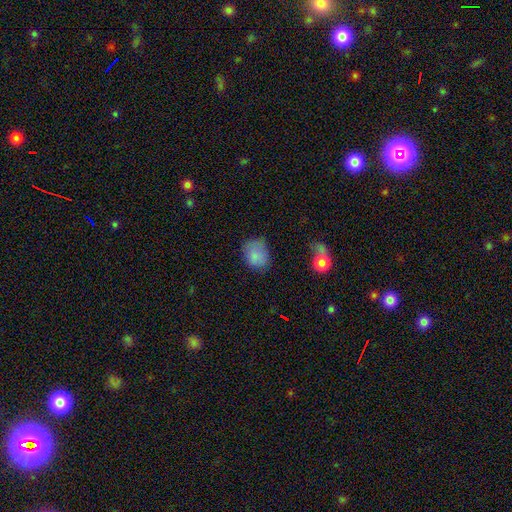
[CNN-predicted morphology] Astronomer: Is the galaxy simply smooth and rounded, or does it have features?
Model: smooth — 83%.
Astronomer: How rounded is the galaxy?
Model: in between — 50% (runner-up: round, 49%).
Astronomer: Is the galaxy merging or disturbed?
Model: none — 63%.